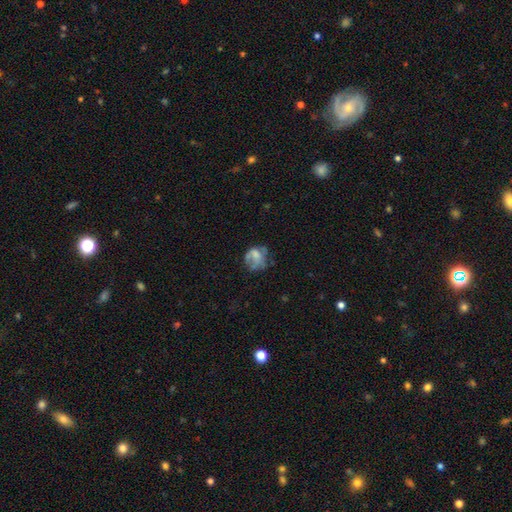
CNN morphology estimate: Q: Smooth or featured?
A: smooth (48%); runner-up: featured or disk (40%)
Q: Merging?
A: none (39%); runner-up: major disturbance (31%)